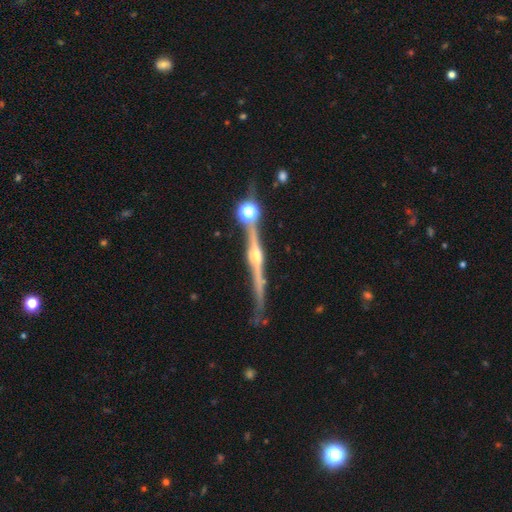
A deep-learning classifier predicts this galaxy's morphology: featured or disk 85%, star or artifact 7%, smooth 7%. Down the decision tree: edge-on disk — yes (97%); edge-on bulge — rounded (89%); merging — none (72%).